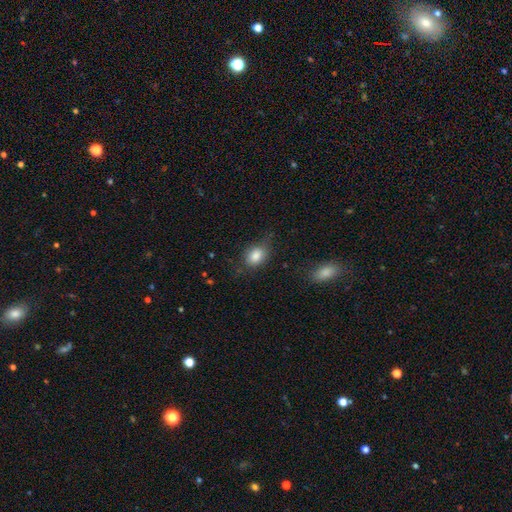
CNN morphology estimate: smooth-or-featured: smooth: 83% | star or artifact: 9% | featured or disk: 8%
  how-rounded: in between: 71% | round: 28% | cigar-shaped: 2%
  merging: none: 64% | minor disturbance: 25% | major disturbance: 9% | merger: 2%